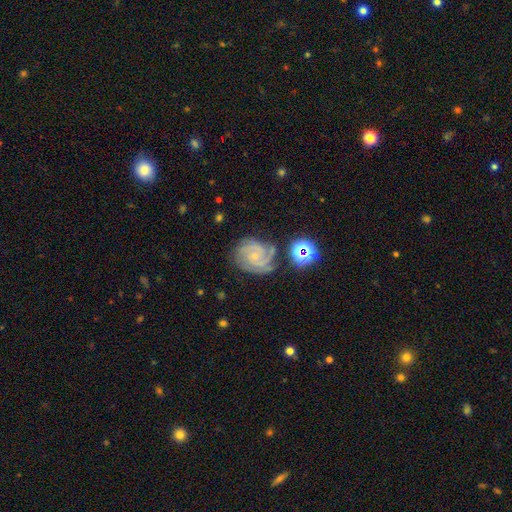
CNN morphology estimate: The model was most divided on "spiral arm count": 3: 44%, 2: 23%, can't tell: 14%, 4: 10%, 1: 5%, more than 4: 4%. More confident: edge-on disk — no (98%); spiral arms — yes (97%); smooth or featured — featured or disk (82%); bulge size — small (75%); merging — none (70%); bar — no (69%); spiral winding — tight (66%).